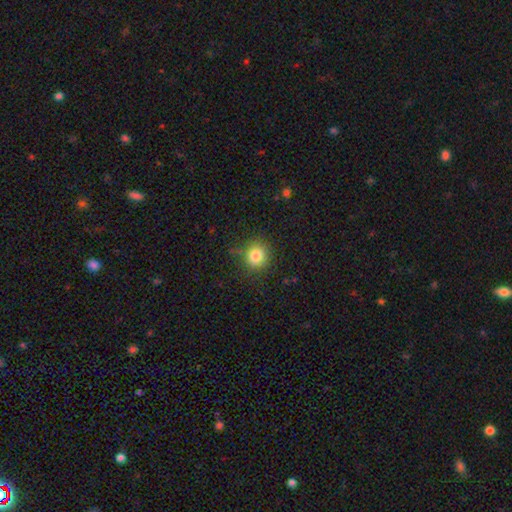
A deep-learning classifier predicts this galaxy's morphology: A smooth galaxy with no disk features (82%) that is round (90%).

Vote fractions:
- Smooth or featured? smooth: 82% / star or artifact: 12% / featured or disk: 6%
- How rounded? round: 90% / in between: 9% / cigar-shaped: 1%
- Merging? none: 86% / minor disturbance: 9% / major disturbance: 3% / merger: 2%